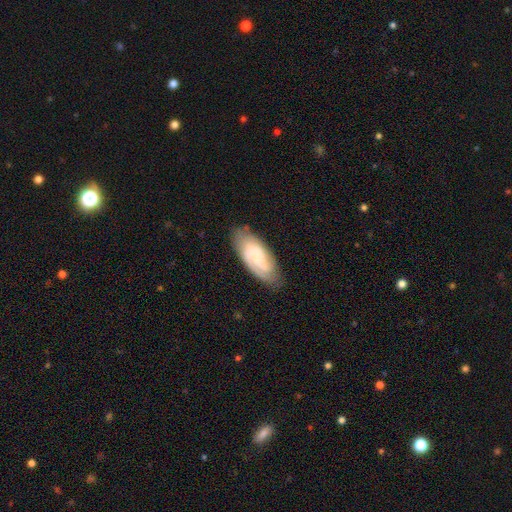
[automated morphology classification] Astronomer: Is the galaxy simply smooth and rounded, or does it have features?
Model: featured or disk — 61%.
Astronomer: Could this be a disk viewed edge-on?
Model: no — 93%.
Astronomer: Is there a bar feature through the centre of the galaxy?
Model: no — 53% (runner-up: weak, 38%).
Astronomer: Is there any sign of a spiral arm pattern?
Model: yes — 92%.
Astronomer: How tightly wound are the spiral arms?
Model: tight — 47% (runner-up: medium, 39%).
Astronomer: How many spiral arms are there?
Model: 2 — 38% (runner-up: can't tell, 27%).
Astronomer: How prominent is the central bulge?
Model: small — 43% (runner-up: none, 26%).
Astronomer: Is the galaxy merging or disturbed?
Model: none — 74%.